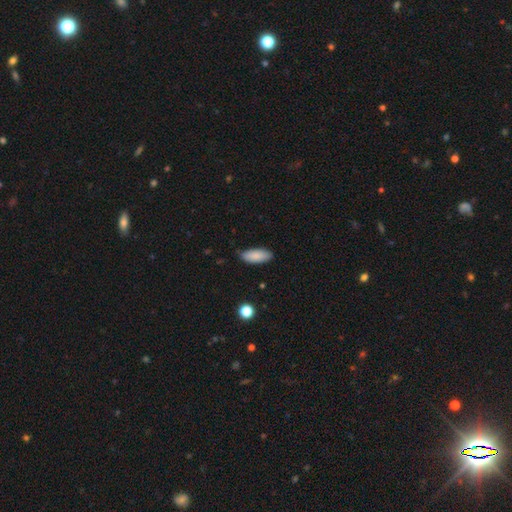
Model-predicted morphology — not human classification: smooth 88%, star or artifact 7%, featured or disk 5%. Down the decision tree: how rounded — in between (84%); merging — none (79%).